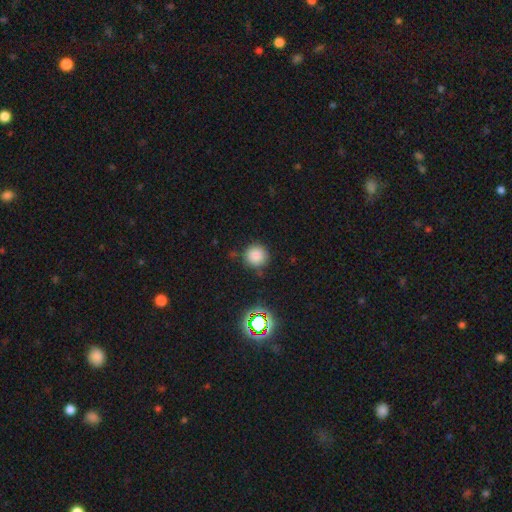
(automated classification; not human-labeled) Smooth or featured: smooth — 81% (star or artifact — 14%)
How rounded: round — 94% (in between — 5%)
Merging: none — 85% (minor disturbance — 9%)